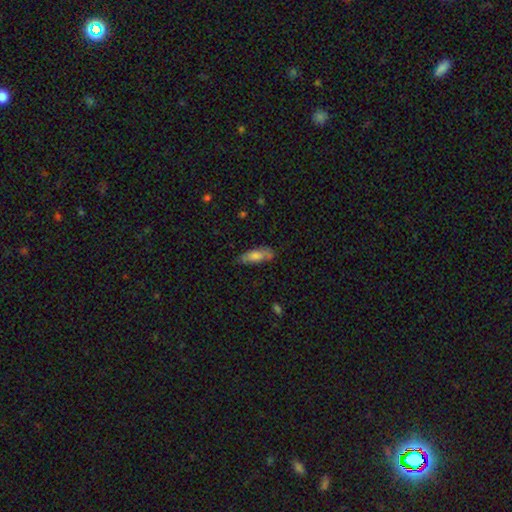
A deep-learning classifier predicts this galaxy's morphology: Smooth or featured: smooth — 75% (featured or disk — 19%)
How rounded: in between — 61% (cigar-shaped — 37%)
Merging: none — 73% (minor disturbance — 21%)